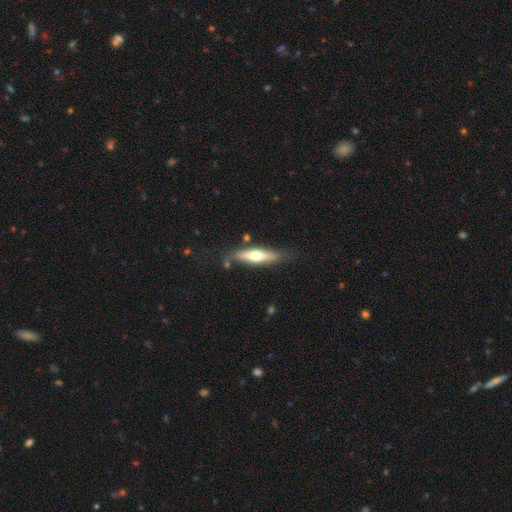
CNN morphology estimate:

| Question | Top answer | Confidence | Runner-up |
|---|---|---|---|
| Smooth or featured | featured or disk | 52% | smooth (43%) |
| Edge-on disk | yes | 89% | no (11%) |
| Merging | none | 76% | minor disturbance (16%) |